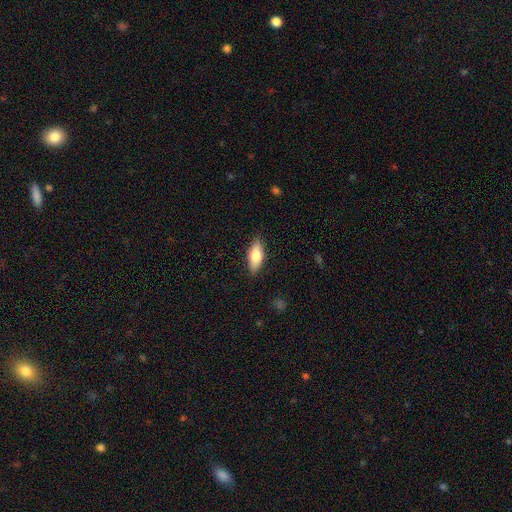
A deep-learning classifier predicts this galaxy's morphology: type=smooth (75%); roundness=in between (77%); merging=none (86%).